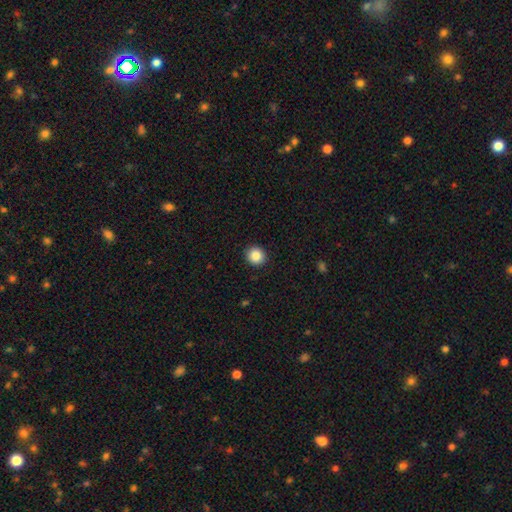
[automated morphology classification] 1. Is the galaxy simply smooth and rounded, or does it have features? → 86% smooth, 9% star or artifact, 4% featured or disk.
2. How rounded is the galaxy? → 90% round, 9% in between, 1% cigar-shaped.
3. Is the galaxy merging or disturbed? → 92% none, 5% minor disturbance, 2% major disturbance, 1% merger.